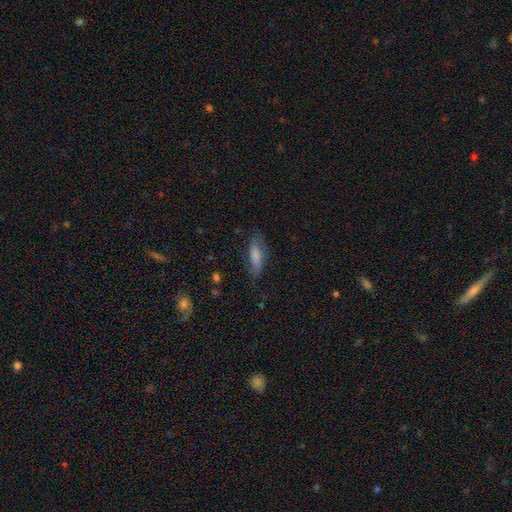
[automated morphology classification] smooth 71%, featured or disk 22%, star or artifact 7%. Down the decision tree: how rounded — in between (60%); merging — none (69%).